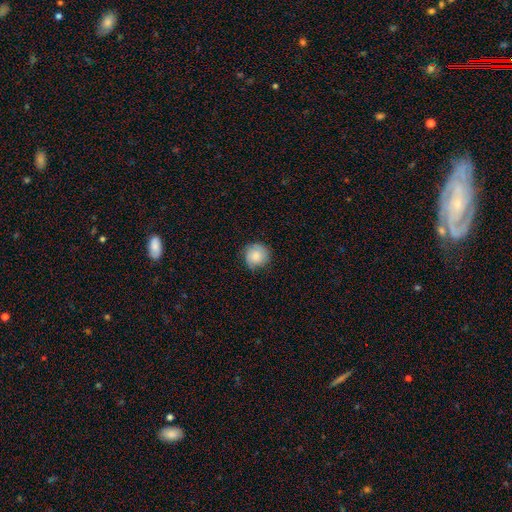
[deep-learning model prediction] This is clearly a smooth galaxy (82%). How rounded: clearly round (93%). Merging: likely none (77%).